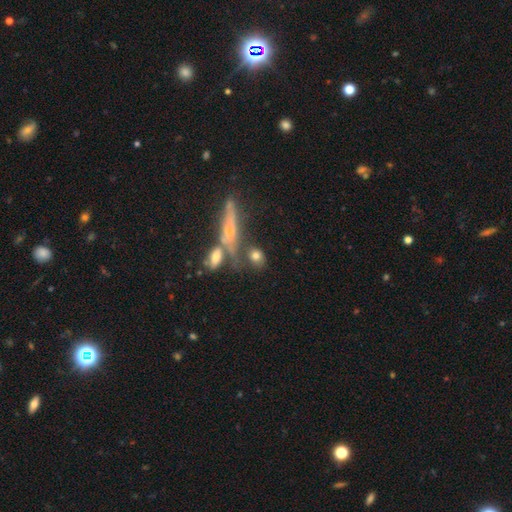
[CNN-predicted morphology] The model was most divided on "how rounded": in between: 44%, round: 42%, cigar-shaped: 14%. More confident: smooth or featured — smooth (70%); merging — none (54%).